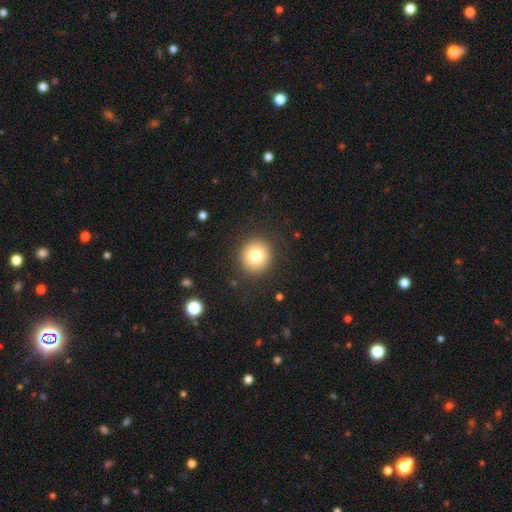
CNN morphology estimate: A smooth galaxy with no disk features (78%) that is round (90%). Merging: none (90%).